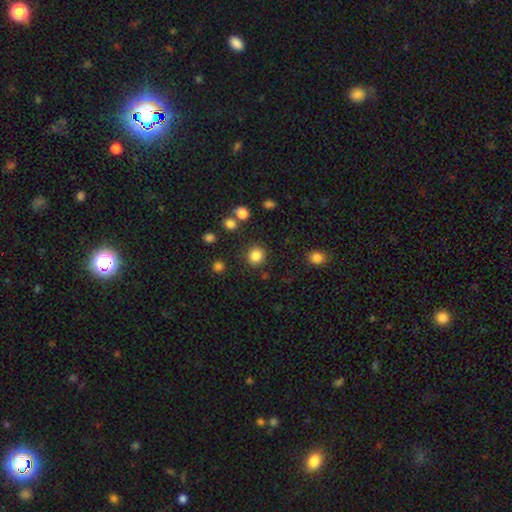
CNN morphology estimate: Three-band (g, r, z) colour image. It shows a smooth galaxy with no disk features (84%) that is round (84%). Merging: none (87%).